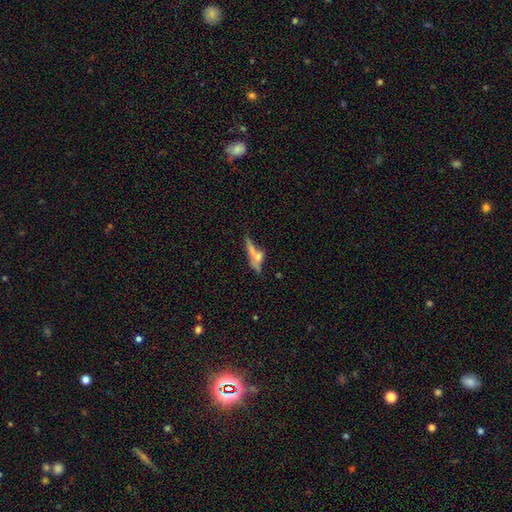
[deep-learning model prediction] A smooth galaxy with no disk features (50%) that is cigar-shaped (62%).

Vote fractions:
- Smooth or featured? smooth: 50% / featured or disk: 39% / star or artifact: 10%
- How rounded? cigar-shaped: 62% / in between: 31% / round: 7%
- Merging? merger: 38% / none: 35% / minor disturbance: 14% / major disturbance: 12%